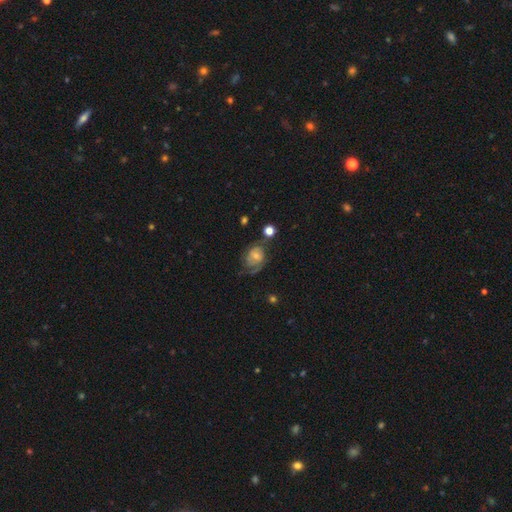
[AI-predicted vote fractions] The model was most divided on "smooth or featured": featured or disk: 50%, smooth: 40%, star or artifact: 10%. Remaining: merging — none (43%).